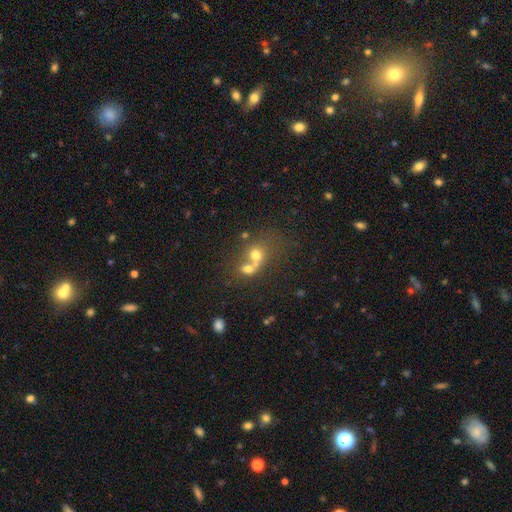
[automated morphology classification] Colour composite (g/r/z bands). It shows a smooth galaxy with no disk features (63%) that is round (68%). Merging: merger (64%).